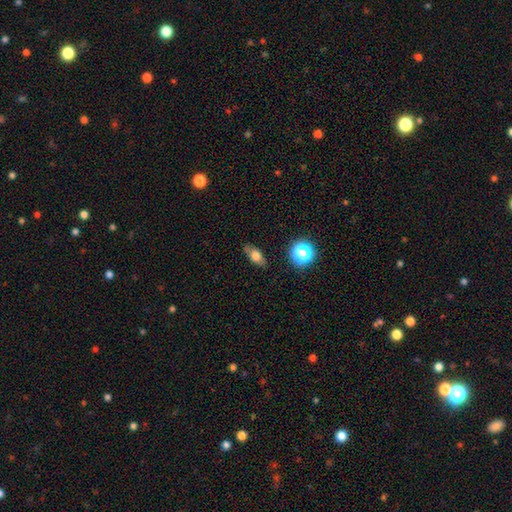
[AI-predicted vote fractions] A smooth galaxy with no disk features (70%) that is in between round and cigar-shaped (75%). Merging: none (80%).